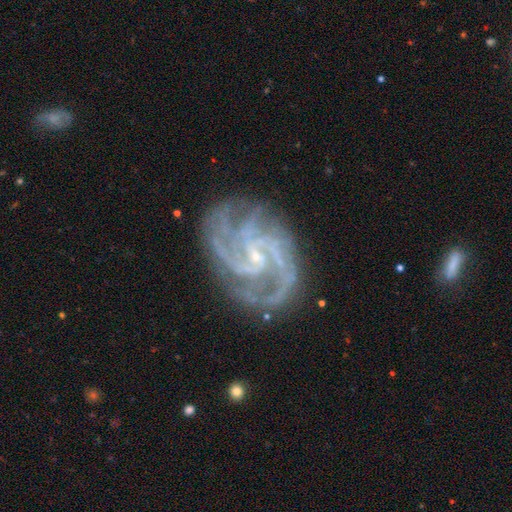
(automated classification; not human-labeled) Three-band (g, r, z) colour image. It shows a featured or disk galaxy (92%) with a weak bar (49%), 3 (29%) medium (48%) spiral arms (98%) and a small central bulge (78%). Merging: none (75%).